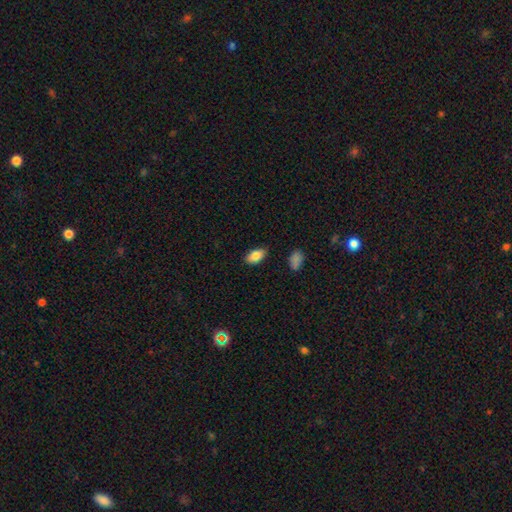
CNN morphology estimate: This appears to be a smooth galaxy with no disk features (84%) that is in between round and cigar-shaped (92%). Merging: none (85%).